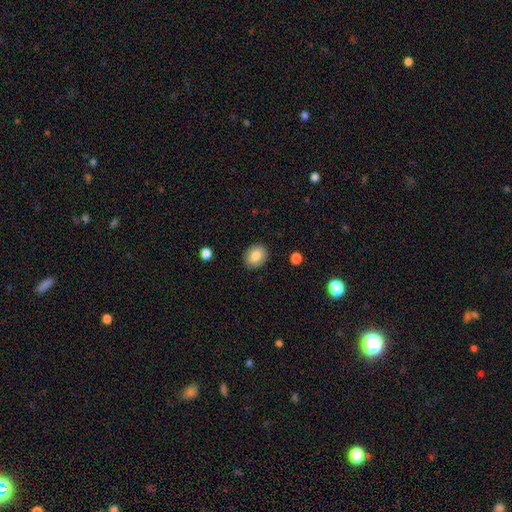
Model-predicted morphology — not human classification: Smooth or featured?
  - smooth: 84% *
  - star or artifact: 8%
  - featured or disk: 8%
How rounded?
  - in between: 53% *
  - round: 46%
  - cigar-shaped: 1%
Merging?
  - none: 89% *
  - minor disturbance: 8%
  - major disturbance: 2%
  - merger: 1%